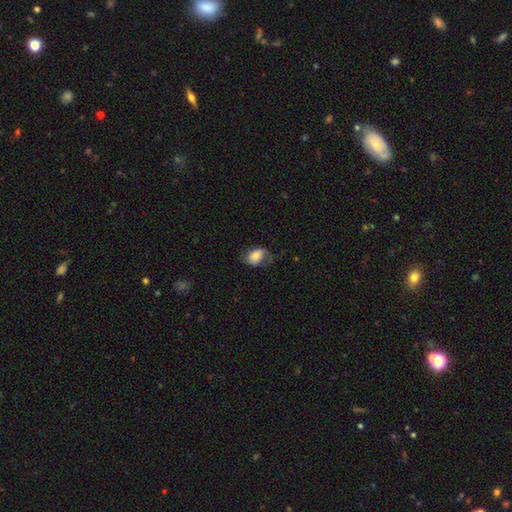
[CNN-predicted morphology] Smooth or featured? Predicted: smooth (p=0.61). How rounded? Predicted: in between (p=0.80). Merging? Predicted: none (p=0.55).